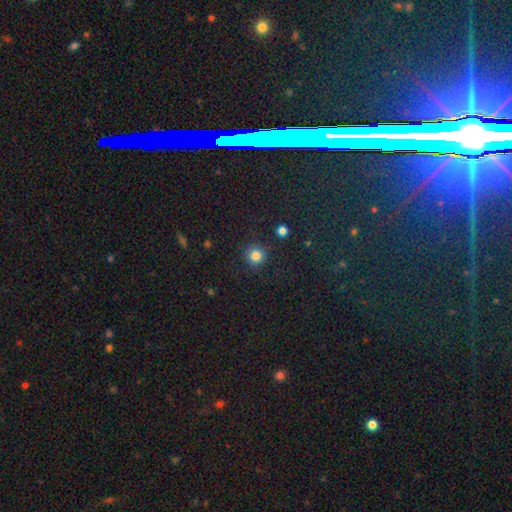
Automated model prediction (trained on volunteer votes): Smooth or featured?
  - smooth: 82% *
  - star or artifact: 13%
  - featured or disk: 5%
How rounded?
  - round: 93% *
  - in between: 6%
  - cigar-shaped: 1%
Merging?
  - none: 86% *
  - minor disturbance: 9%
  - major disturbance: 3%
  - merger: 2%